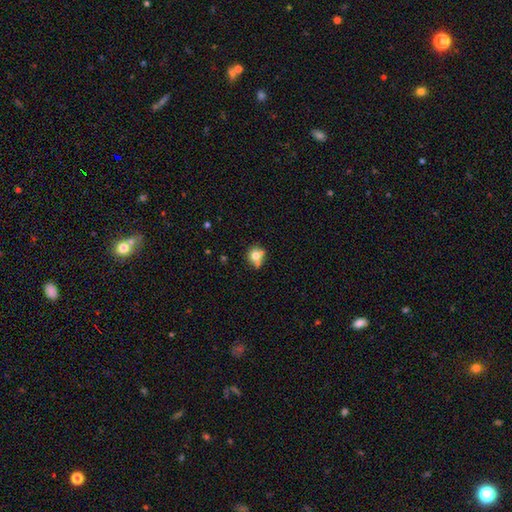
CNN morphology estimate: type=smooth (72%); roundness=round (80%); merging=none (49%).